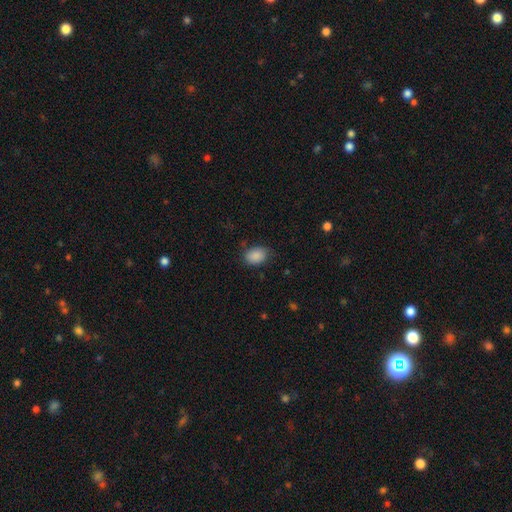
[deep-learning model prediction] smooth_or_featured: smooth (p=0.88) [alt: star or artifact p=0.08]
how_rounded: in between (p=0.79) [alt: round p=0.20]
merging: none (p=0.76) [alt: minor disturbance p=0.19]